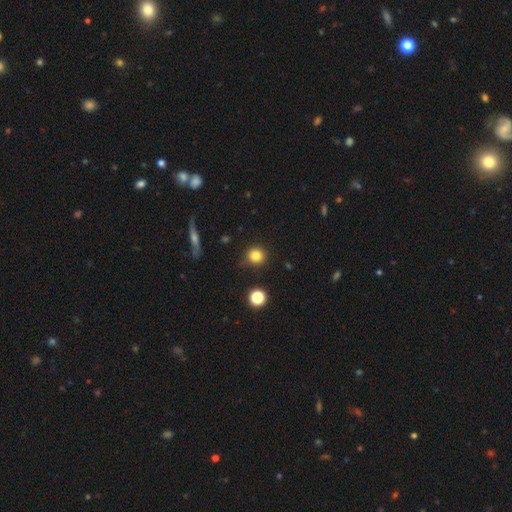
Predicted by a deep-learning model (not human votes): smooth_or_featured: smooth (p=0.82) [alt: star or artifact p=0.13]
how_rounded: round (p=0.90) [alt: in between p=0.09]
merging: none (p=0.84) [alt: minor disturbance p=0.11]